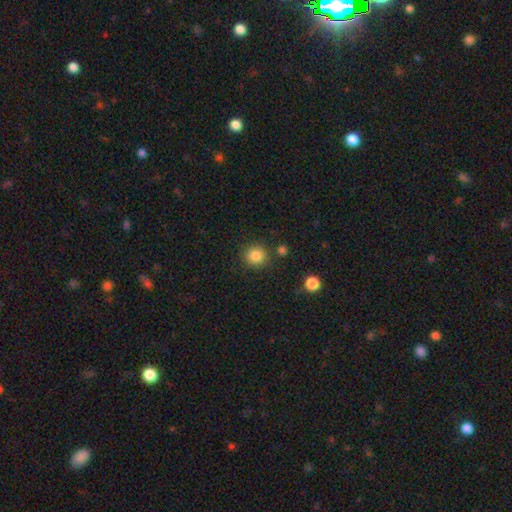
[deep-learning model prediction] Overall: smooth (85%). How rounded: round (90%). Merging: none (84%).